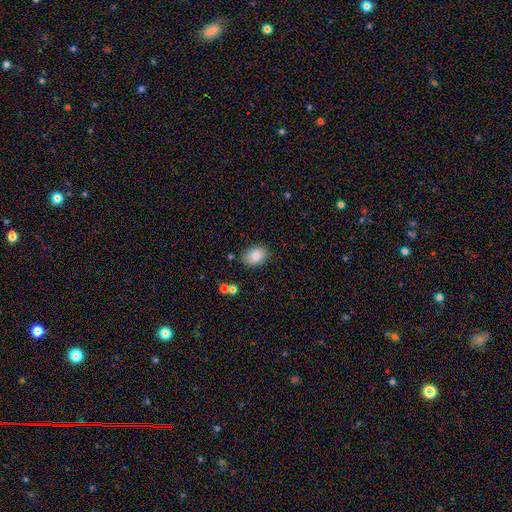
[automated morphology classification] A smooth galaxy with no disk features (84%) that is in between round and cigar-shaped (76%). Merging: none (81%).